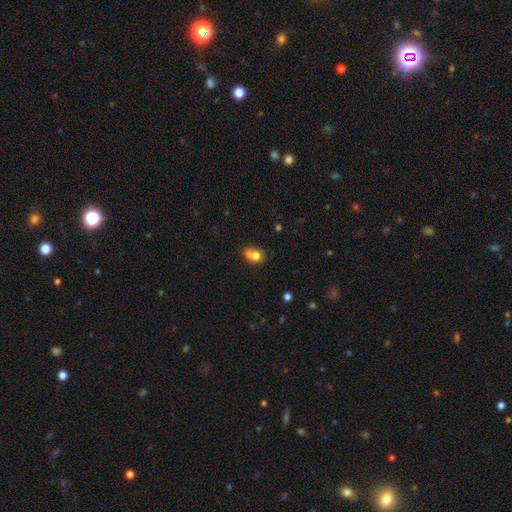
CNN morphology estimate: Smooth or featured: smooth — 73% (featured or disk — 17%)
How rounded: round — 52% (in between — 46%)
Merging: merger — 50% (none — 31%)